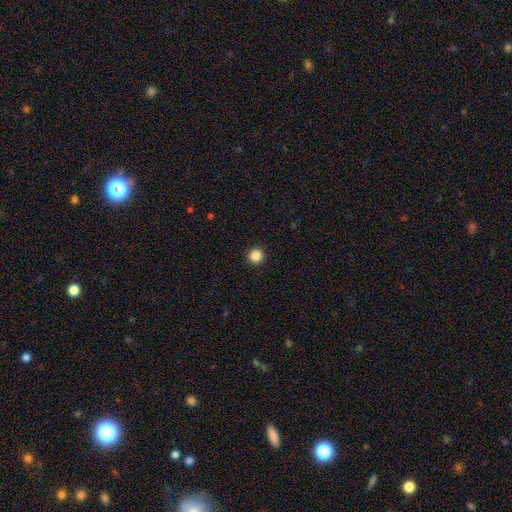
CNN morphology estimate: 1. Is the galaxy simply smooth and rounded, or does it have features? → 86% smooth, 11% star or artifact, 3% featured or disk.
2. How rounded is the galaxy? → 96% round, 3% in between, 1% cigar-shaped.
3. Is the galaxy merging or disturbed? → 94% none, 4% minor disturbance, 1% major disturbance, 1% merger.